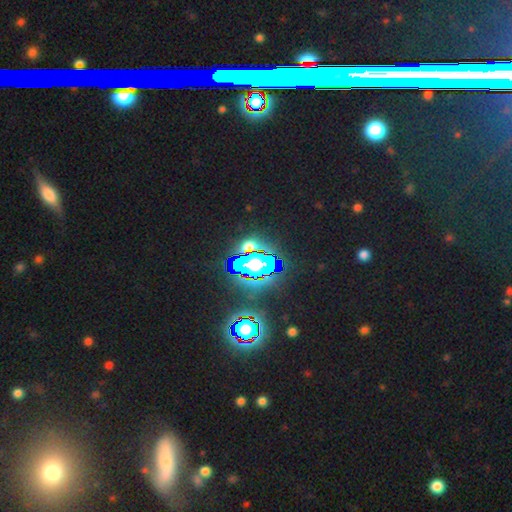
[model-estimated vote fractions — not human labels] This is clearly a star or artifact rather than a galaxy (80%).